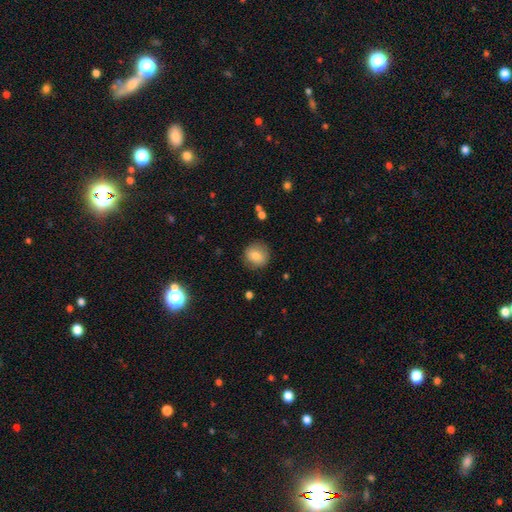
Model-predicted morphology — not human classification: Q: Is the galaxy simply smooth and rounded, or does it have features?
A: smooth — 81%.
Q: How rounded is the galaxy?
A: round — 89%.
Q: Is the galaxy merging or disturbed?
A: none — 86%.